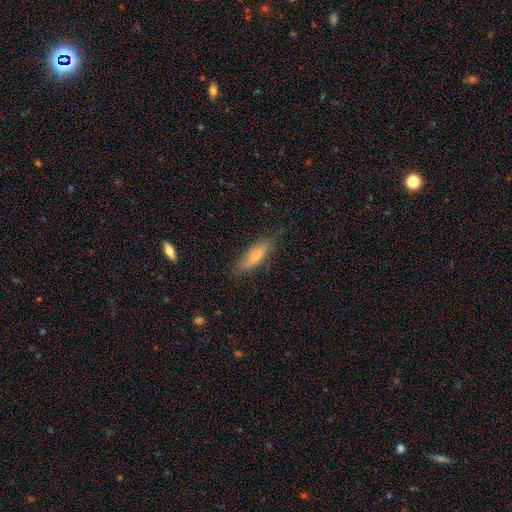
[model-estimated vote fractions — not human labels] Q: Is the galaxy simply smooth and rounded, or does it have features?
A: smooth — 70%.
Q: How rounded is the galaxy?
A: in between — 50%.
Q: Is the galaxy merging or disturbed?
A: none — 69%.